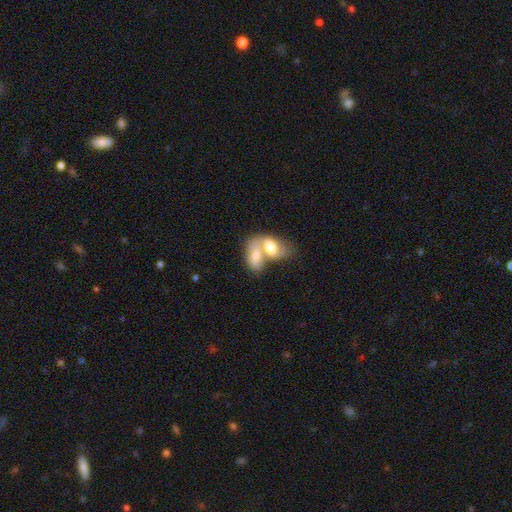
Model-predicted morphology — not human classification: Overall: smooth (69%). How rounded: in between (88%). Merging: merger (77%).